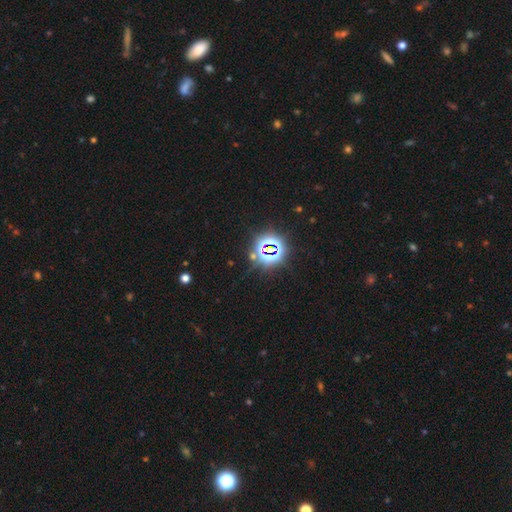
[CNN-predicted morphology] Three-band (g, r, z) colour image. It shows a star or artifact, not a galaxy (78%).